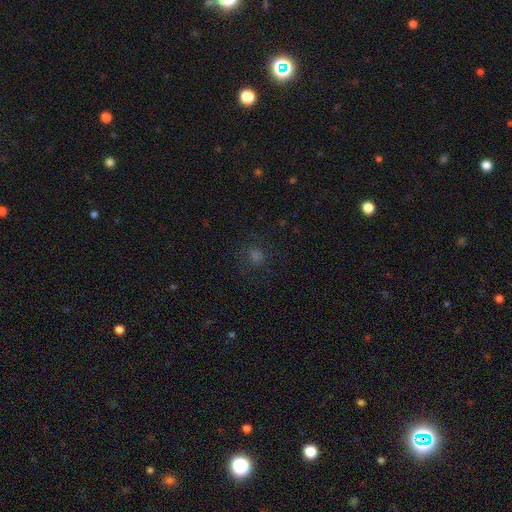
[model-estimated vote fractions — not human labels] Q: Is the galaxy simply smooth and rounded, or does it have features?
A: smooth — 51%.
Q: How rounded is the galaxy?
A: round — 84%.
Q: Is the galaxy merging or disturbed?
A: none — 79%.